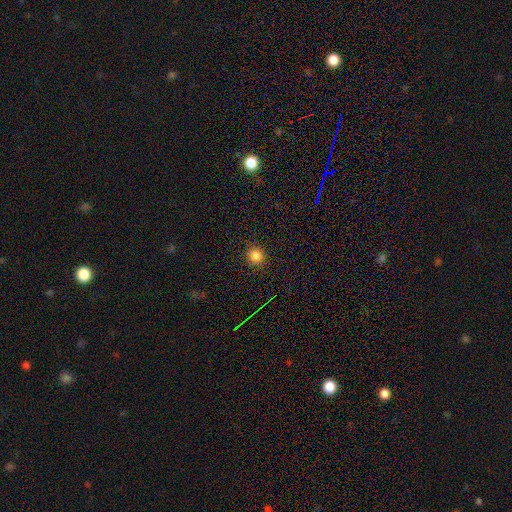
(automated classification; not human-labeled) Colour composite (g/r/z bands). It shows a smooth galaxy with no disk features (82%) that is round (87%). Merging: none (89%).